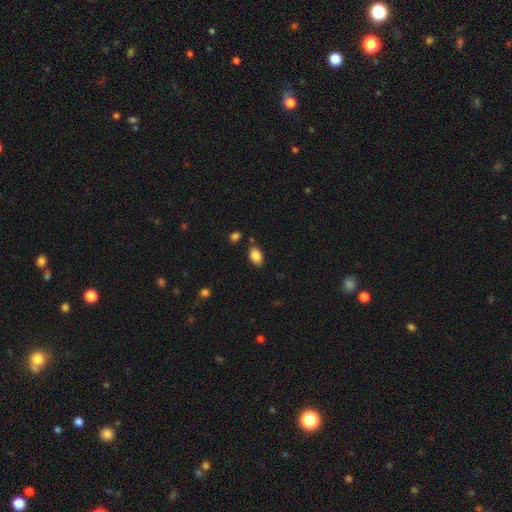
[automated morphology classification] Smooth or featured? smooth (86%)
How rounded? in between (88%)
Merging? none (81%)